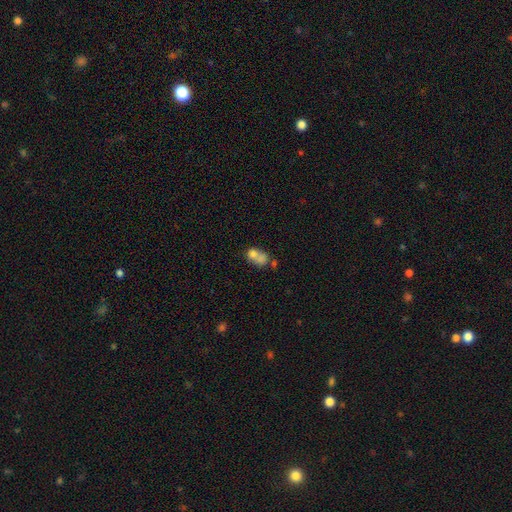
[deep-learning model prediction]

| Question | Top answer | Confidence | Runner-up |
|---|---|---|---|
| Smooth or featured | smooth | 70% | featured or disk (19%) |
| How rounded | in between | 53% | round (46%) |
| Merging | merger | 59% | none (24%) |